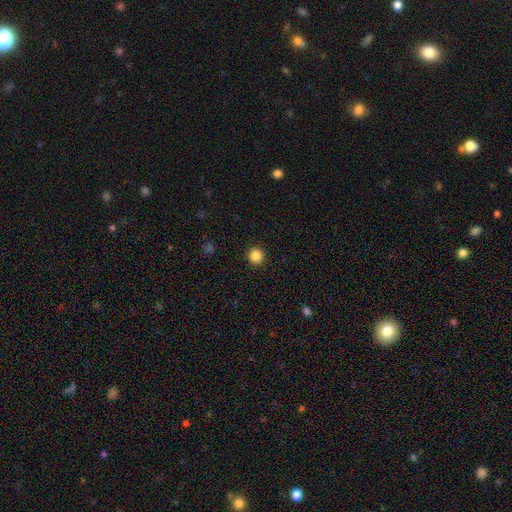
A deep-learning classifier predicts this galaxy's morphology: Smooth or featured: smooth — 85% (star or artifact — 11%)
How rounded: round — 94% (in between — 5%)
Merging: none — 93% (minor disturbance — 4%)